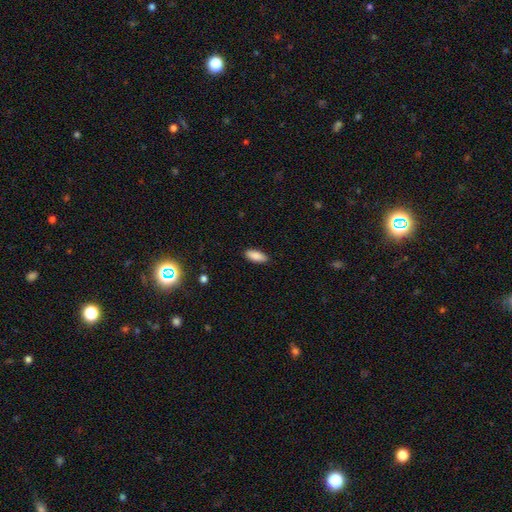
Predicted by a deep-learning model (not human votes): A smooth galaxy with no disk features (88%) that is in between round and cigar-shaped (83%). Merging: none (88%).